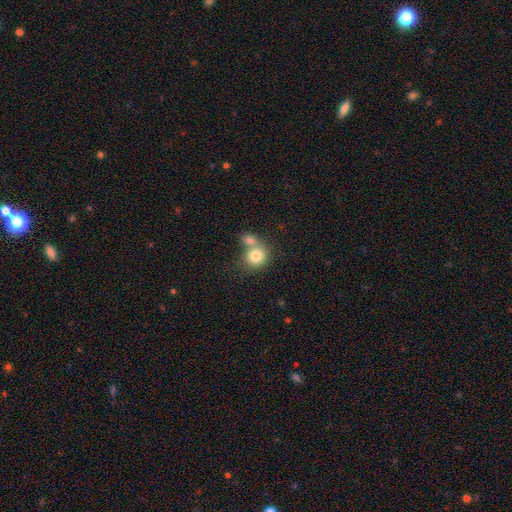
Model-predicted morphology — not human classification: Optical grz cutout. It shows a smooth galaxy with no disk features (80%) that is round (75%). Merging: merger (50%).